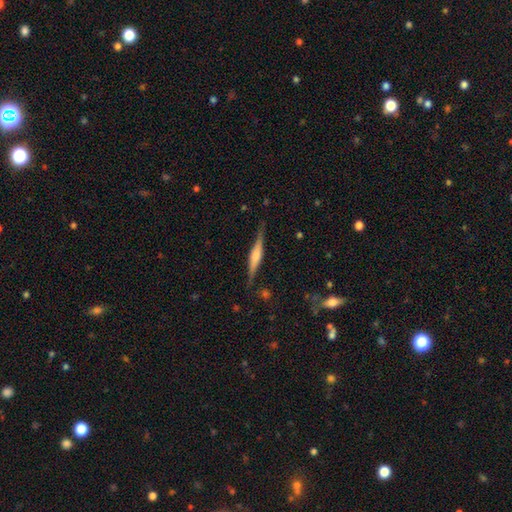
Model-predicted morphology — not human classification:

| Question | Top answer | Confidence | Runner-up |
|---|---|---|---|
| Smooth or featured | featured or disk | 66% | smooth (28%) |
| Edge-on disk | yes | 97% | no (3%) |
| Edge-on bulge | rounded | 59% | boxy (31%) |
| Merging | none | 84% | minor disturbance (12%) |